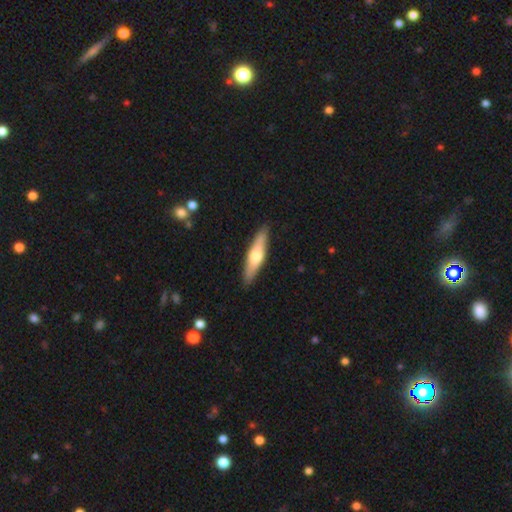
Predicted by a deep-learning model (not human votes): Smooth or featured?
  - smooth: 52% *
  - featured or disk: 43%
  - star or artifact: 5%
How rounded?
  - cigar-shaped: 74% *
  - in between: 24%
  - round: 2%
Merging?
  - none: 89% *
  - minor disturbance: 8%
  - major disturbance: 2%
  - merger: 1%